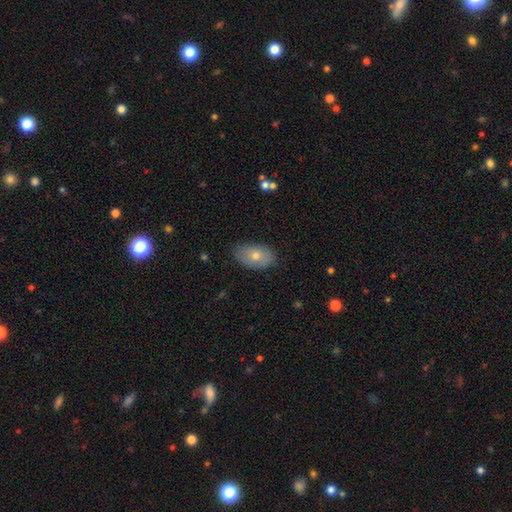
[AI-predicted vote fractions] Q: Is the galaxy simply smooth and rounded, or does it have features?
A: smooth — 66%.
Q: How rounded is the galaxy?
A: in between — 90%.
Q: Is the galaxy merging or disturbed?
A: none — 83%.